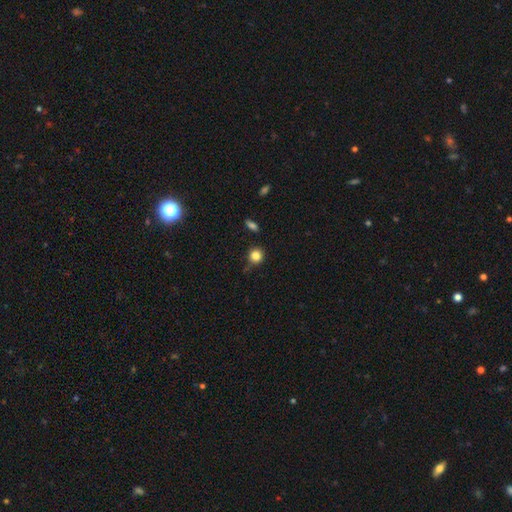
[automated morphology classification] smooth_or_featured: smooth (p=0.83) [alt: star or artifact p=0.11]
how_rounded: round (p=0.90) [alt: in between p=0.09]
merging: none (p=0.73) [alt: minor disturbance p=0.18]